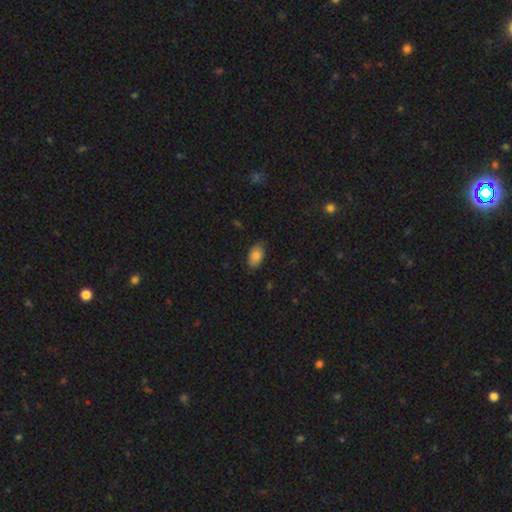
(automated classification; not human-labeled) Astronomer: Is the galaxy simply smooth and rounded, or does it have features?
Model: smooth — 84%.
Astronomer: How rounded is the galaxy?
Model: in between — 91%.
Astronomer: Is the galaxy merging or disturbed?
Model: none — 83%.